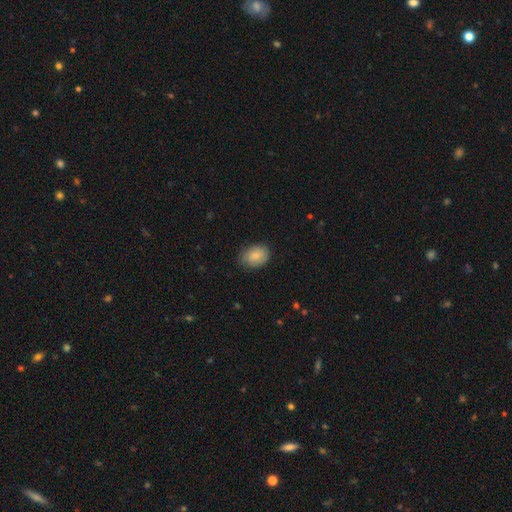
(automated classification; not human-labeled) The model was most divided on "how rounded": in between: 71%, round: 28%, cigar-shaped: 1%. More confident: smooth or featured — smooth (77%); merging — none (76%).